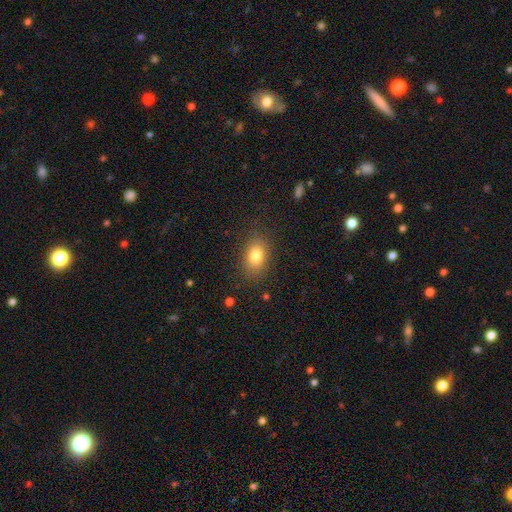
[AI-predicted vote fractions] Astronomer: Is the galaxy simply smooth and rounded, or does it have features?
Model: smooth — 80%.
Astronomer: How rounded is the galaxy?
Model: in between — 80%.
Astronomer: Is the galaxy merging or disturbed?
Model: none — 83%.